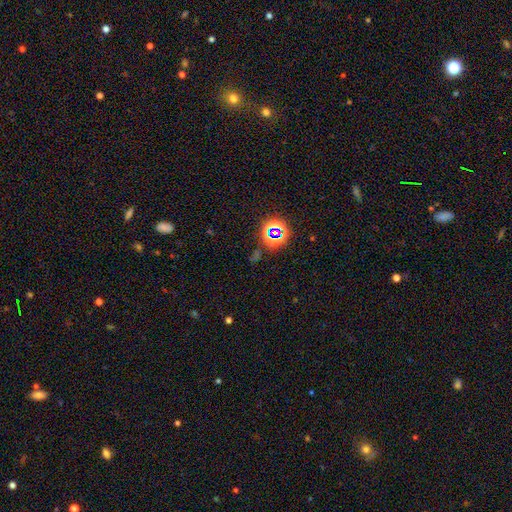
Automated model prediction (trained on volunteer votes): star or artifact 74%, smooth 18%, featured or disk 8%.